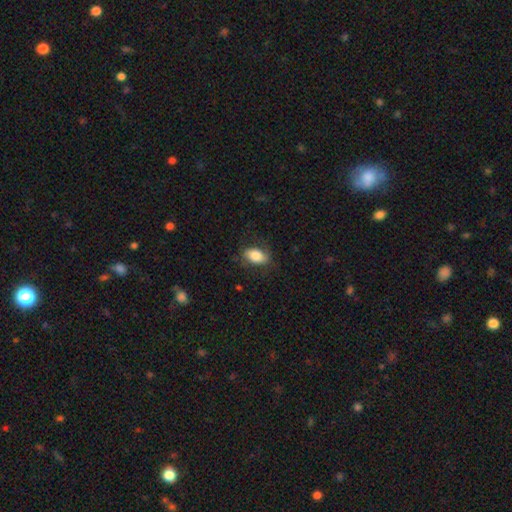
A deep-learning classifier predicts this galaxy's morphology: The model was most divided on "merging": none: 77%, minor disturbance: 16%, major disturbance: 6%, merger: 1%. More confident: how rounded — in between (89%); smooth or featured — smooth (80%).